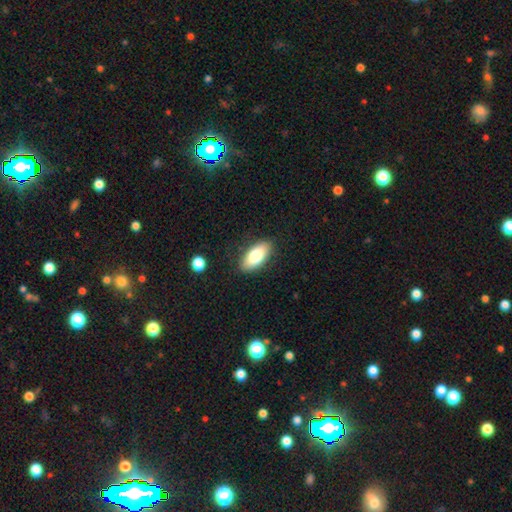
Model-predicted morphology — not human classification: Smooth or featured? smooth (81%)
How rounded? in between (89%)
Merging? none (85%)